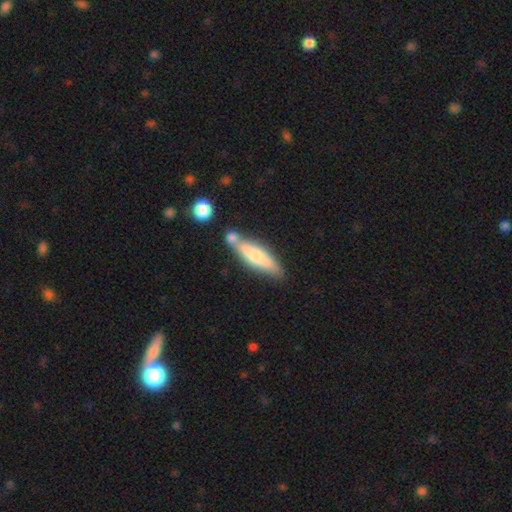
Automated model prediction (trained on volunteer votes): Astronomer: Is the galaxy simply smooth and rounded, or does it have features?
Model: smooth — 64%.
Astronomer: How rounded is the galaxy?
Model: cigar-shaped — 71%.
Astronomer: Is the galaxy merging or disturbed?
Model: none — 55%.